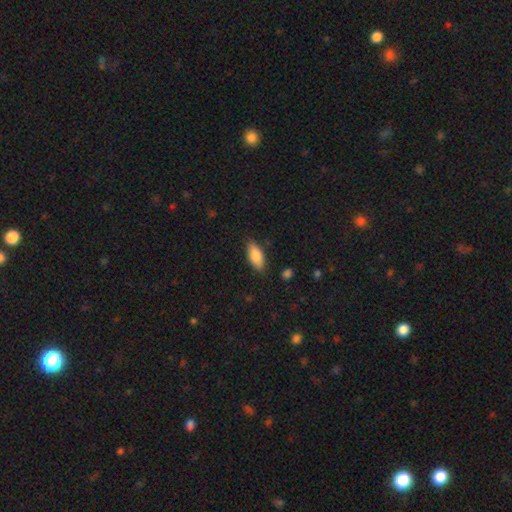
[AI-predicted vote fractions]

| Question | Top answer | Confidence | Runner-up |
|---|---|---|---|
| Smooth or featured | smooth | 83% | featured or disk (11%) |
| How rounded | in between | 86% | cigar-shaped (12%) |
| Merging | none | 86% | minor disturbance (11%) |